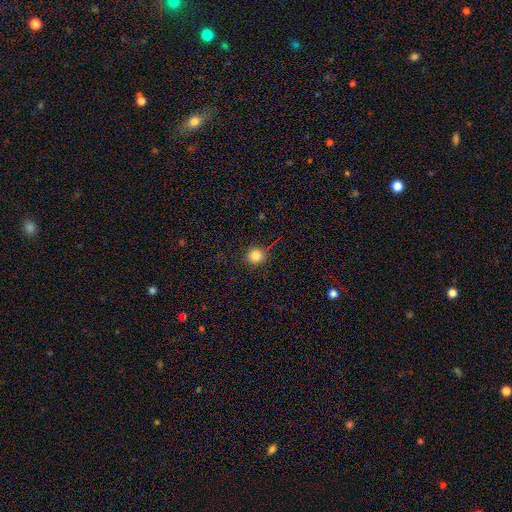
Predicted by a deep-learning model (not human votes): Smooth or featured?
  - smooth: 83% *
  - star or artifact: 12%
  - featured or disk: 5%
How rounded?
  - round: 93% *
  - in between: 6%
  - cigar-shaped: 1%
Merging?
  - none: 85% *
  - minor disturbance: 11%
  - major disturbance: 3%
  - merger: 1%